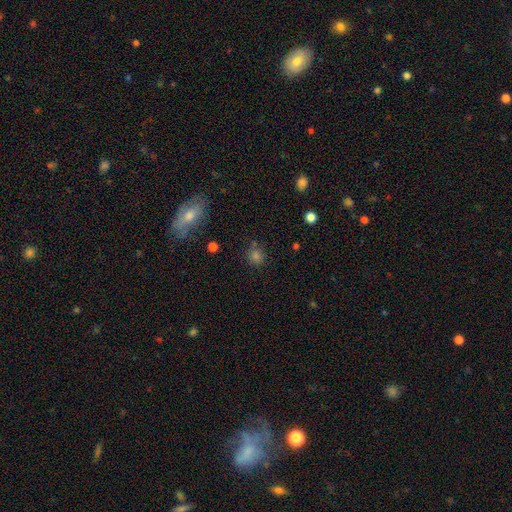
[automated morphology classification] Smooth or featured? smooth (73%)
How rounded? round (86%)
Merging? none (82%)